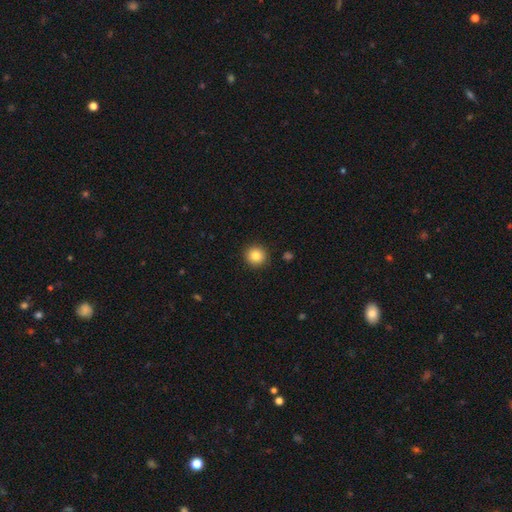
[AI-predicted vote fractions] smooth 84%, star or artifact 10%, featured or disk 6%. Down the decision tree: how rounded — round (94%); merging — none (92%).